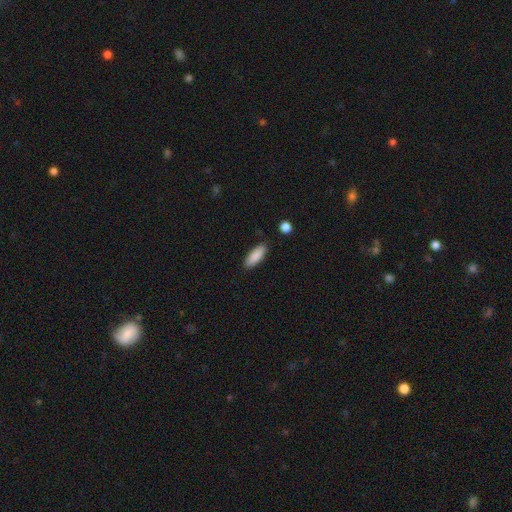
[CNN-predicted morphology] A smooth galaxy with no disk features (88%) that is in between round and cigar-shaped (66%).

Vote fractions:
- Smooth or featured? smooth: 88% / star or artifact: 6% / featured or disk: 6%
- How rounded? in between: 66% / cigar-shaped: 32% / round: 2%
- Merging? none: 86% / minor disturbance: 10% / major disturbance: 2% / merger: 2%